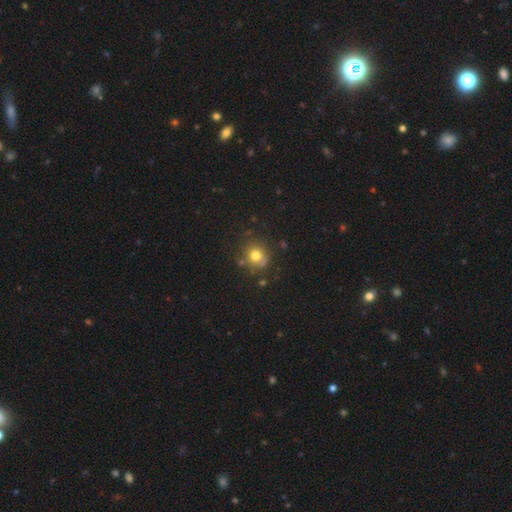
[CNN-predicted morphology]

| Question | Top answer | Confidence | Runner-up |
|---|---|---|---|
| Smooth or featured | smooth | 76% | star or artifact (14%) |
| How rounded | round | 84% | in between (15%) |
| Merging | none | 72% | minor disturbance (16%) |